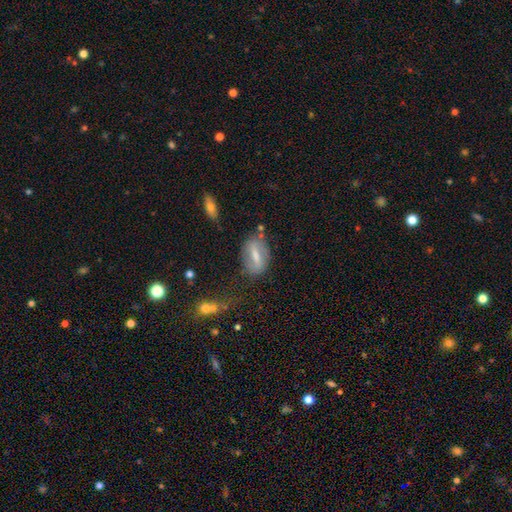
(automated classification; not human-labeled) Smooth or featured: smooth — 47% (featured or disk — 45%)
Merging: none — 66% (minor disturbance — 20%)